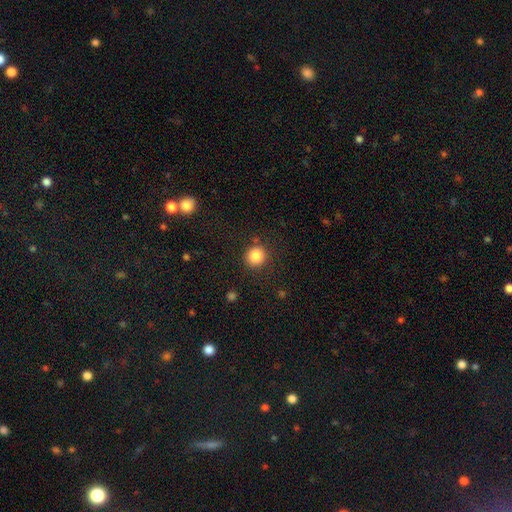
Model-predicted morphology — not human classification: Overall: smooth (85%). How rounded: round (91%). Merging: none (86%).